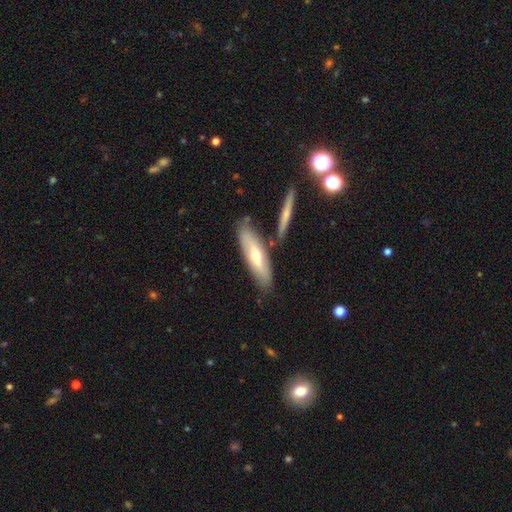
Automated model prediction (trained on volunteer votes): smooth_or_featured: smooth (p=0.49) [alt: featured or disk p=0.46]
merging: none (p=0.75) [alt: minor disturbance p=0.14]